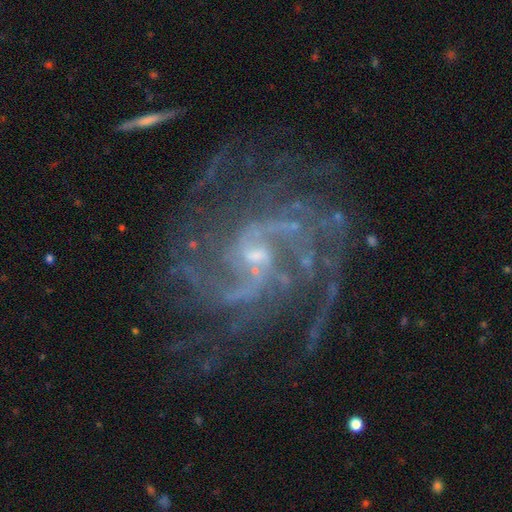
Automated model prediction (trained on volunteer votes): smooth_or_featured: featured or disk (p=0.91) [alt: star or artifact p=0.06]
disk_edge_on: no (p=0.98) [alt: yes p=0.02]
bar: weak (p=0.50) [alt: no p=0.34]
has_spiral_arms: yes (p=0.98) [alt: no p=0.02]
spiral_winding: medium (p=0.55) [alt: tight p=0.28]
spiral_arm_count: 2 (p=0.46) [alt: 3 p=0.15]
bulge_size: small (p=0.76) [alt: moderate p=0.17]
merging: none (p=0.73) [alt: minor disturbance p=0.15]